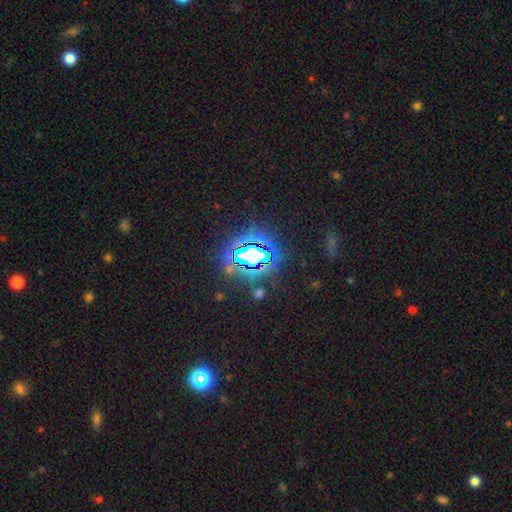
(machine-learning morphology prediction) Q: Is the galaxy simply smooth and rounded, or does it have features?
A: star or artifact — 76%.